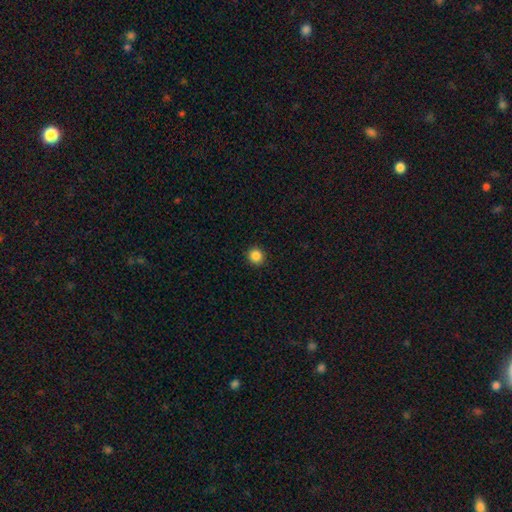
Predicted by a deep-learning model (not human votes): Smooth or featured?
  - smooth: 87% *
  - star or artifact: 10%
  - featured or disk: 3%
How rounded?
  - round: 93% *
  - in between: 6%
  - cigar-shaped: 1%
Merging?
  - none: 93% *
  - minor disturbance: 5%
  - major disturbance: 2%
  - merger: 1%